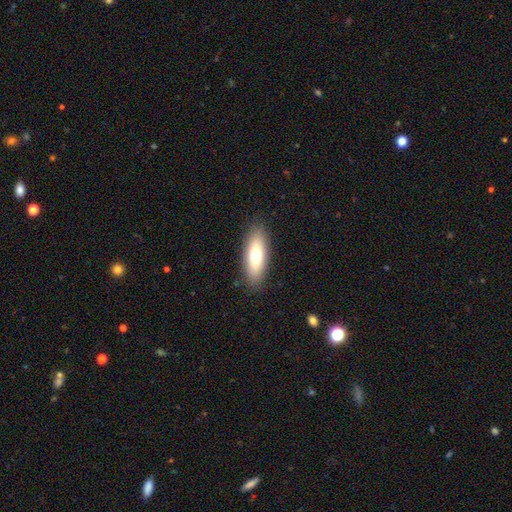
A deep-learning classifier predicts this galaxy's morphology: type=smooth (72%); roundness=in between (65%); merging=none (88%).